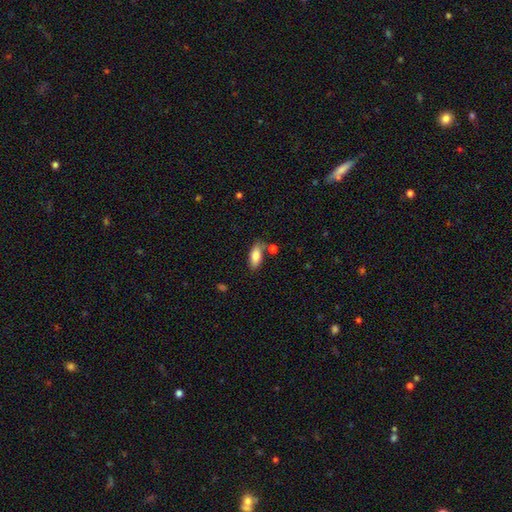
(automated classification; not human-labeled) This appears to be a smooth galaxy with no disk features (82%) that is in between round and cigar-shaped (82%). Merging: none (69%).